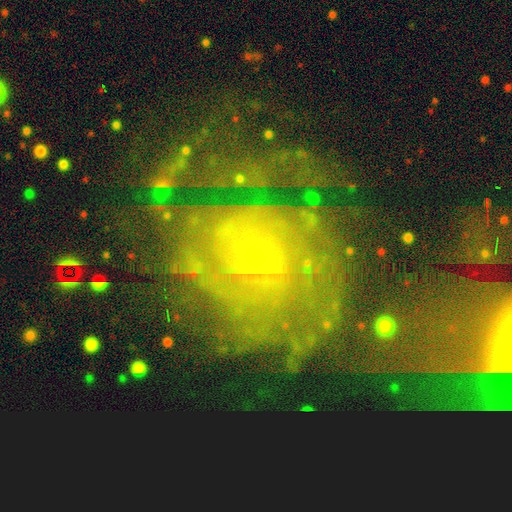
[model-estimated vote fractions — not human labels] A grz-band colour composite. It shows a featured or disk galaxy (83%) with no bar (70%), tight (61%) spiral arms (93%) and a small central bulge (83%). Merging: none (48%).